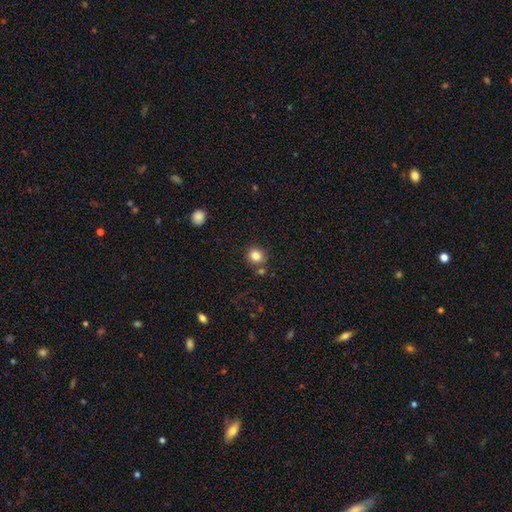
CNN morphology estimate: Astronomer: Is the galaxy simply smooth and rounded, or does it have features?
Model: smooth — 83%.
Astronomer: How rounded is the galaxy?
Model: round — 81%.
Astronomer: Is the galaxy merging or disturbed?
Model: none — 79%.